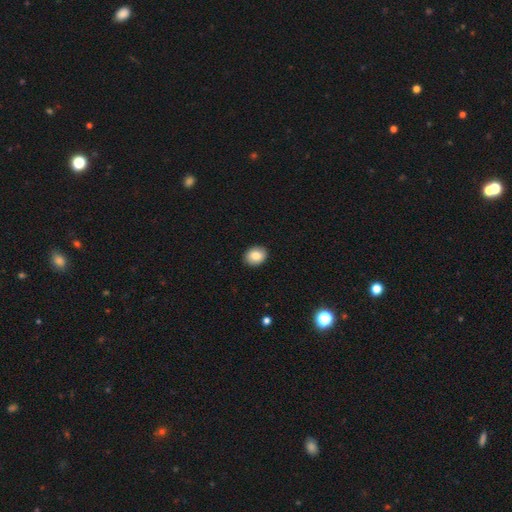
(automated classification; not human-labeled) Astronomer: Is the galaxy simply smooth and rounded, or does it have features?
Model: smooth — 84%.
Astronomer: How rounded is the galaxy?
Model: round — 56% (runner-up: in between, 43%).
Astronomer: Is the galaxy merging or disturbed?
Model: none — 91%.